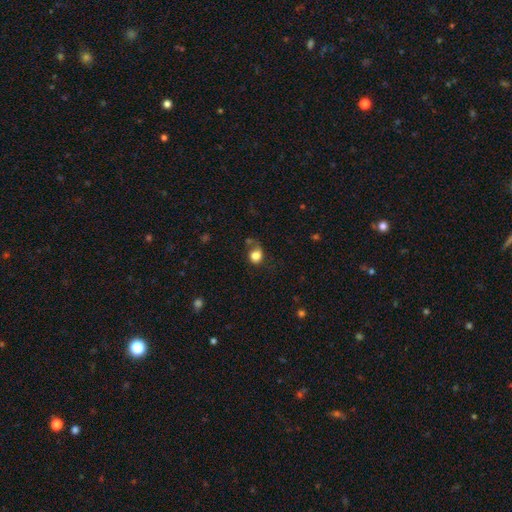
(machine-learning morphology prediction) smooth-or-featured: smooth: 83% | star or artifact: 10% | featured or disk: 7%
  how-rounded: round: 60% | in between: 39% | cigar-shaped: 1%
  merging: none: 50% | minor disturbance: 27% | major disturbance: 14% | merger: 9%